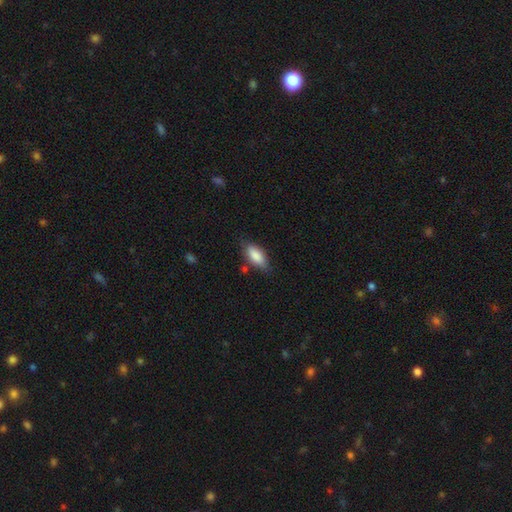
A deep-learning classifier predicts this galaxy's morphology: Q: Smooth or featured?
A: smooth (85%); runner-up: featured or disk (8%)
Q: How rounded?
A: in between (84%); runner-up: cigar-shaped (14%)
Q: Merging?
A: none (74%); runner-up: minor disturbance (19%)